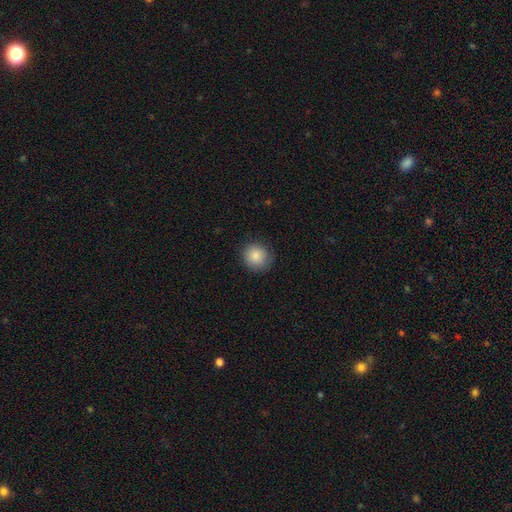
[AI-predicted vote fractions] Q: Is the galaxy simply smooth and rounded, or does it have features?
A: smooth — 87%.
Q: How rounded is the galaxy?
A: round — 90%.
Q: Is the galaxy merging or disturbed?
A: none — 87%.